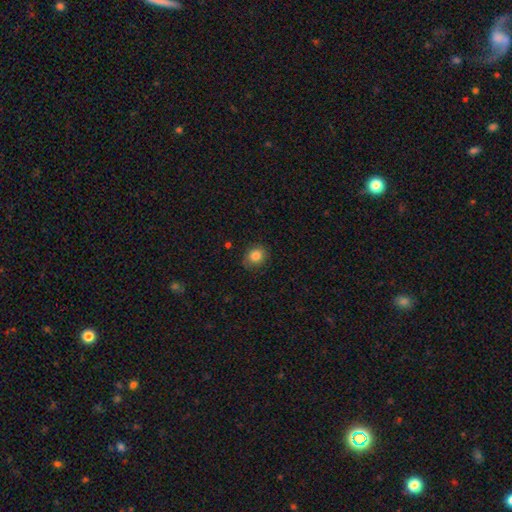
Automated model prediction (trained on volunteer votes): Smooth or featured? Predicted: smooth (p=0.84). How rounded? Predicted: round (p=0.74). Merging? Predicted: none (p=0.83).